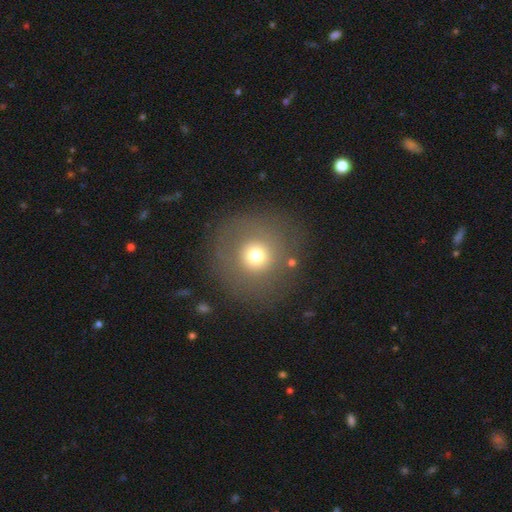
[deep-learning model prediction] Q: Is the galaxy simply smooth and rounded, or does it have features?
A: smooth — 67%.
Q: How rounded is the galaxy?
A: round — 93%.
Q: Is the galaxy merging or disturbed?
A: none — 80%.